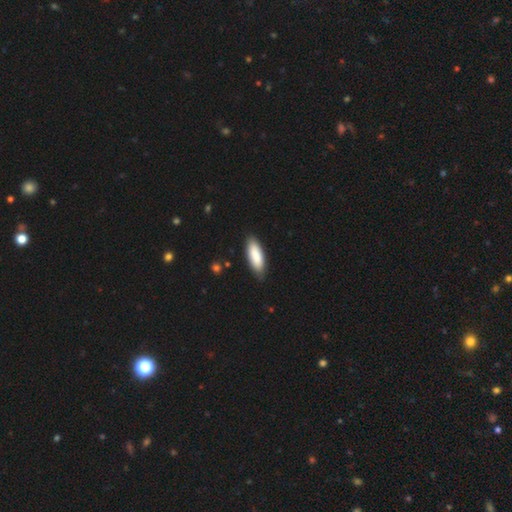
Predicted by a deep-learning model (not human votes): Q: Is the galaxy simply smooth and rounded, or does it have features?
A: smooth — 87%.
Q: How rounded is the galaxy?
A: in between — 69%.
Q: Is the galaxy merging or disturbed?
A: none — 85%.